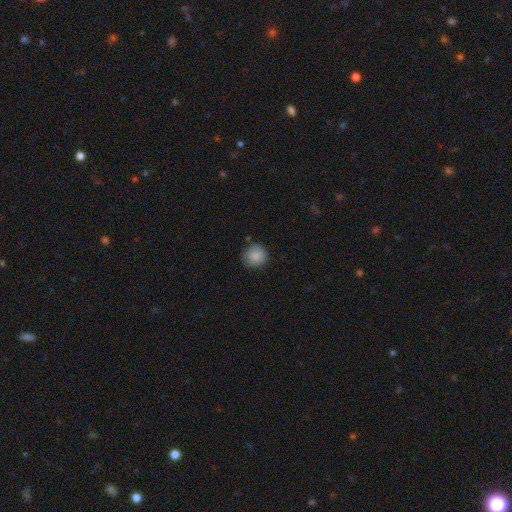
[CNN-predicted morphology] Smooth or featured?
  - smooth: 88% *
  - star or artifact: 8%
  - featured or disk: 4%
How rounded?
  - round: 91% *
  - in between: 8%
  - cigar-shaped: 1%
Merging?
  - none: 82% *
  - minor disturbance: 14%
  - major disturbance: 3%
  - merger: 2%